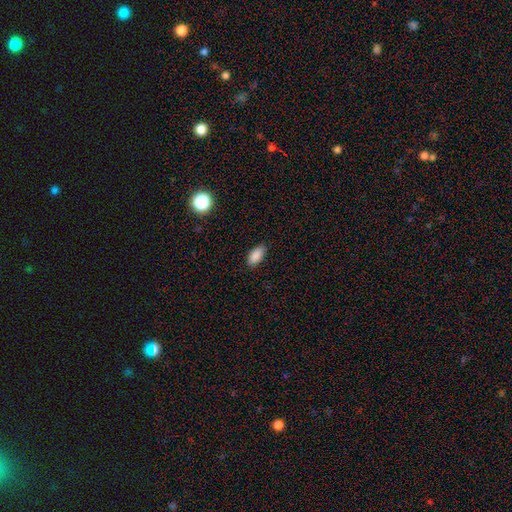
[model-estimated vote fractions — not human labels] Q: Smooth or featured?
A: smooth (88%); runner-up: star or artifact (8%)
Q: How rounded?
A: in between (92%); runner-up: cigar-shaped (4%)
Q: Merging?
A: none (86%); runner-up: minor disturbance (11%)